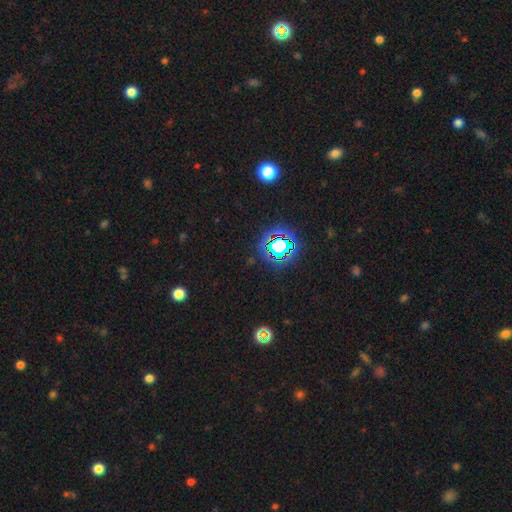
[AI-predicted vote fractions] Smooth or featured: star or artifact — 78% (smooth — 15%)